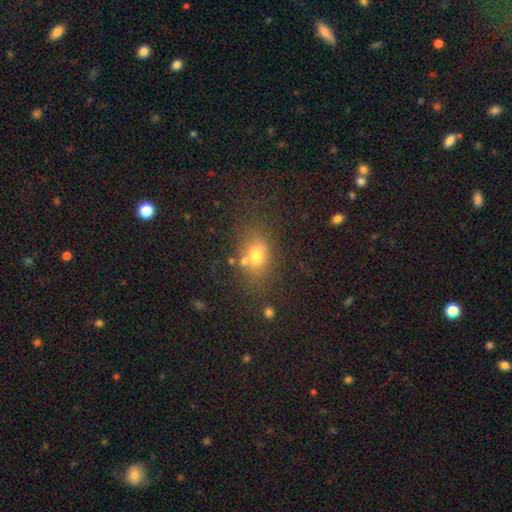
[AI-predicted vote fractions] The model was most divided on "how rounded": in between: 58%, round: 40%, cigar-shaped: 2%. More confident: smooth or featured — smooth (69%); merging — none (62%).